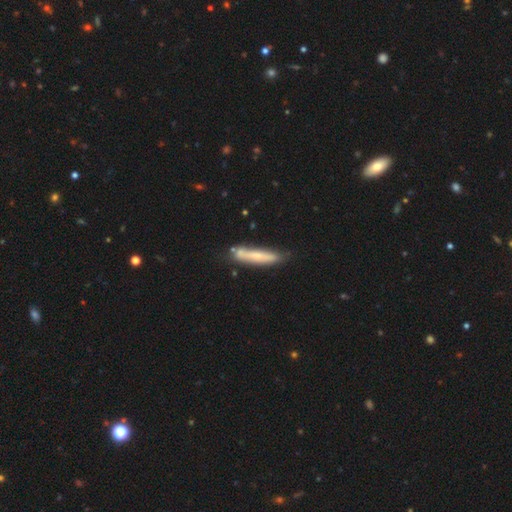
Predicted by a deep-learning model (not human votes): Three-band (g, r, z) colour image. It shows a smooth galaxy with no disk features (55%) that is cigar-shaped (88%). Merging: none (66%).